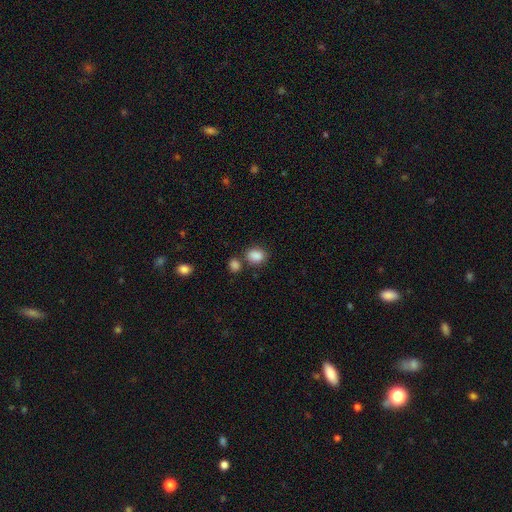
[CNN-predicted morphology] Smooth or featured: smooth — 86% (star or artifact — 9%)
How rounded: in between — 56% (round — 43%)
Merging: none — 64% (merger — 18%)